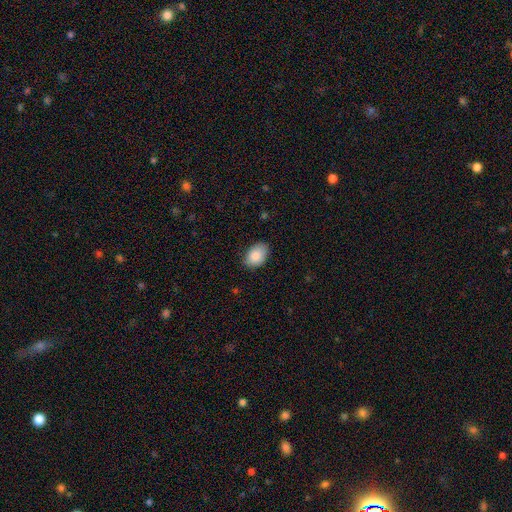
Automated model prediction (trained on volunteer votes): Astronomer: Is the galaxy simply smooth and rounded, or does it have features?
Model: smooth — 87%.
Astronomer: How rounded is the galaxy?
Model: in between — 87%.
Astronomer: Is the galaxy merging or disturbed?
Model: none — 82%.